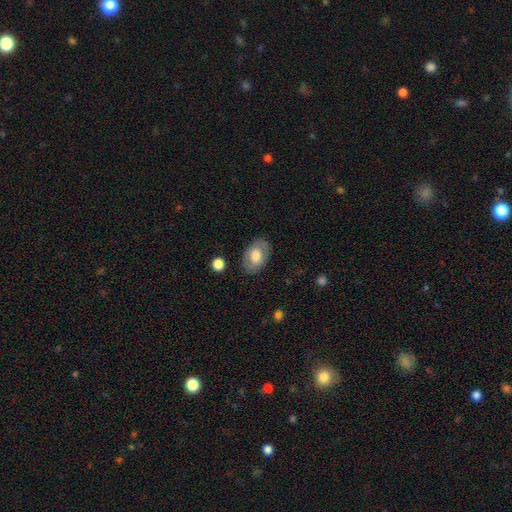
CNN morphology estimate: Q: Smooth or featured?
A: smooth (70%); runner-up: featured or disk (23%)
Q: How rounded?
A: in between (88%); runner-up: round (11%)
Q: Merging?
A: none (81%); runner-up: minor disturbance (13%)